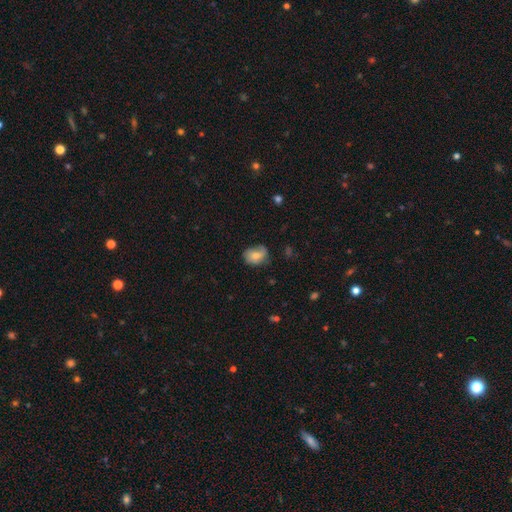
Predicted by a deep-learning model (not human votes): Morphology: type=smooth (66%); roundness=in between (63%); merging=none (57%).